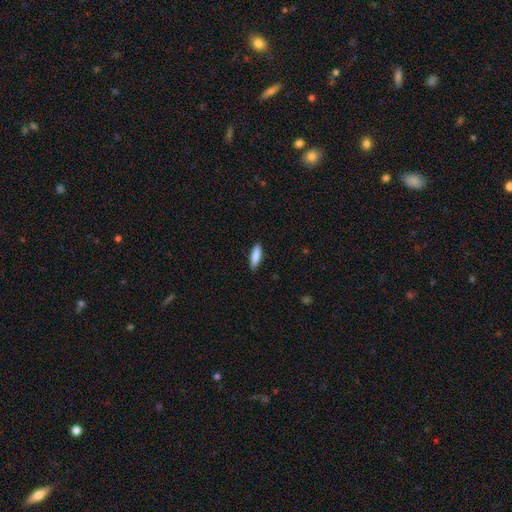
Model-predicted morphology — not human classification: A smooth galaxy with no disk features (86%) that is cigar-shaped (60%). Merging: none (87%).